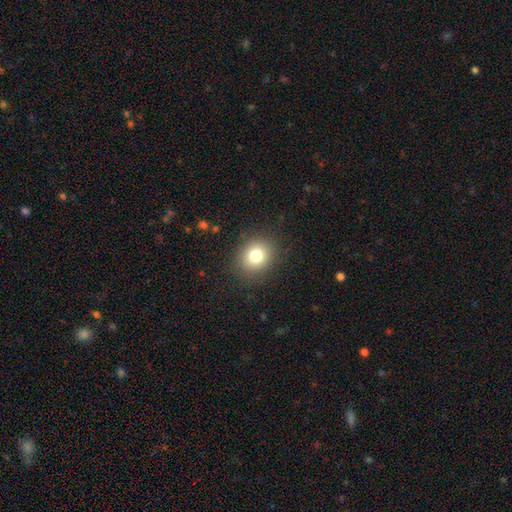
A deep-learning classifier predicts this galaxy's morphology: The model was most divided on "how rounded": round: 70%, in between: 30%, cigar-shaped: 1%. More confident: merging — none (87%); smooth or featured — smooth (78%).